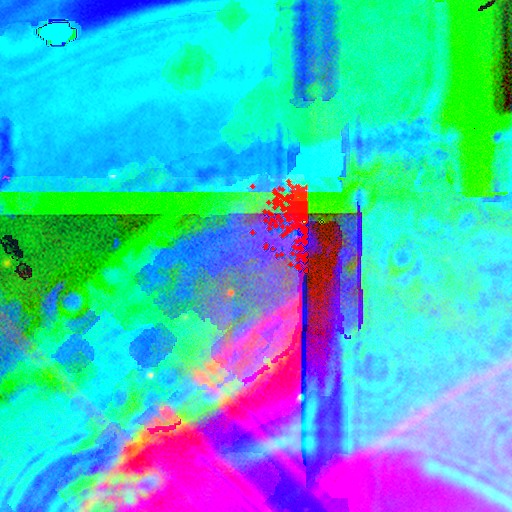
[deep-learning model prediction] Smooth or featured? Predicted: star or artifact (p=0.85).